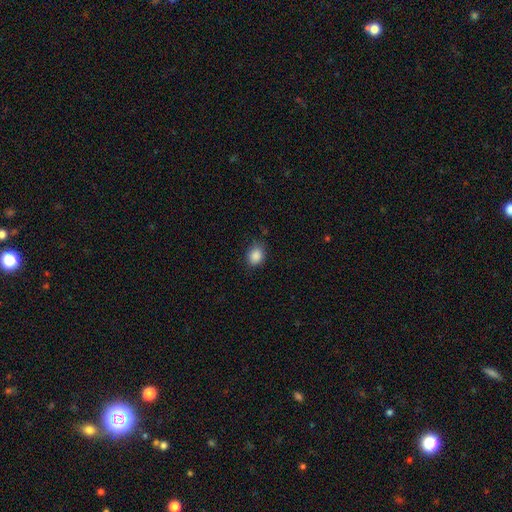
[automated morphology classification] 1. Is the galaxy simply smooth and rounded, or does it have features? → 87% smooth, 9% star or artifact, 4% featured or disk.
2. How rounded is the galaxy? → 53% in between, 46% round, 1% cigar-shaped.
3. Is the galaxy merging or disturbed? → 77% none, 18% minor disturbance, 4% major disturbance, 1% merger.